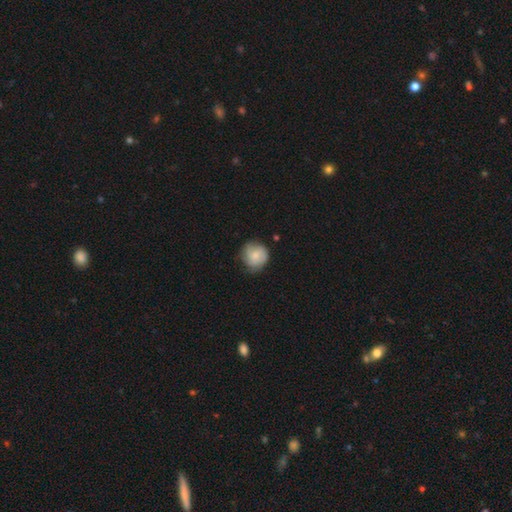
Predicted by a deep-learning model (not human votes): Q: Smooth or featured?
A: smooth (56%); runner-up: featured or disk (37%)
Q: How rounded?
A: round (87%); runner-up: in between (12%)
Q: Merging?
A: none (68%); runner-up: minor disturbance (24%)